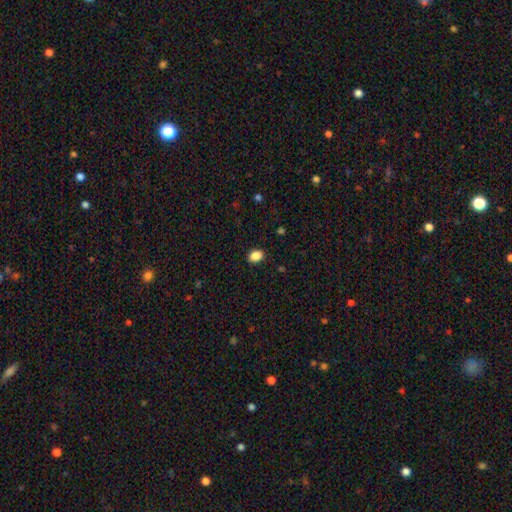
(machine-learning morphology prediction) Smooth or featured?
  - smooth: 88% *
  - star or artifact: 9%
  - featured or disk: 3%
How rounded?
  - in between: 67% *
  - round: 32%
  - cigar-shaped: 1%
Merging?
  - none: 90% *
  - minor disturbance: 8%
  - major disturbance: 2%
  - merger: 1%